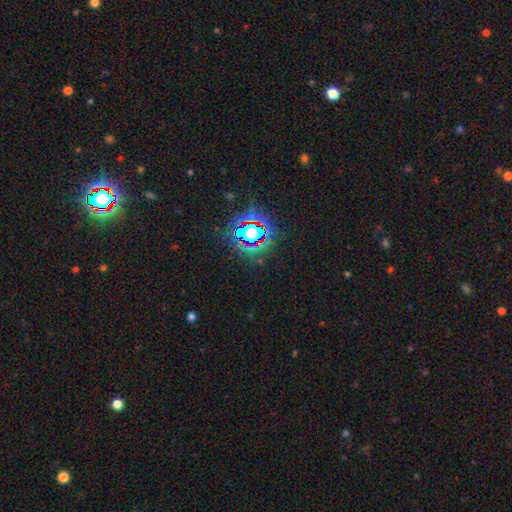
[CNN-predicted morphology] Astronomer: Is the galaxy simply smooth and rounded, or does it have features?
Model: star or artifact — 81%.